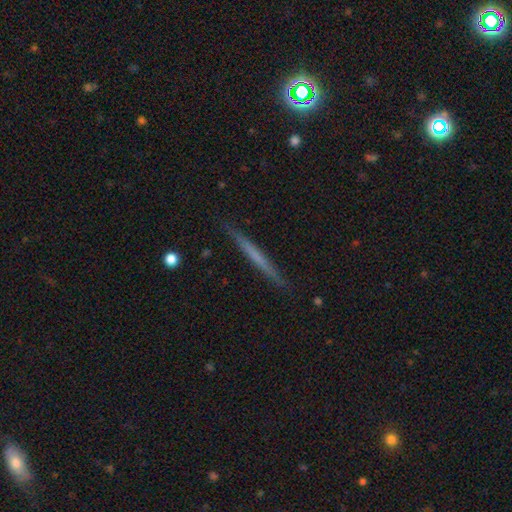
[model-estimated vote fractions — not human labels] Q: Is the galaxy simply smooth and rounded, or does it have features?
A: featured or disk — 50%.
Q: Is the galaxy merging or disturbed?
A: none — 90%.